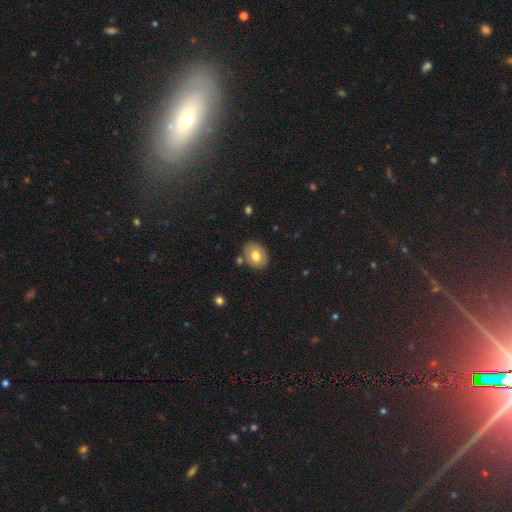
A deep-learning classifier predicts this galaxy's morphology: smooth-or-featured: smooth: 71% | featured or disk: 21% | star or artifact: 8%
  how-rounded: in between: 56% | round: 43% | cigar-shaped: 1%
  merging: none: 79% | minor disturbance: 12% | merger: 6% | major disturbance: 3%